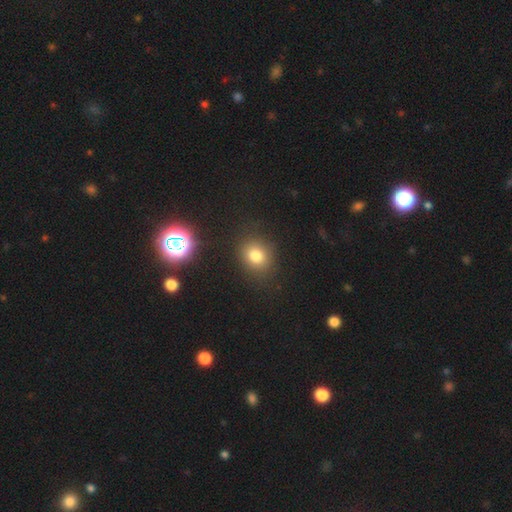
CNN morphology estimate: smooth 77%, star or artifact 16%, featured or disk 8%. Down the decision tree: how rounded — round (72%); merging — none (85%).